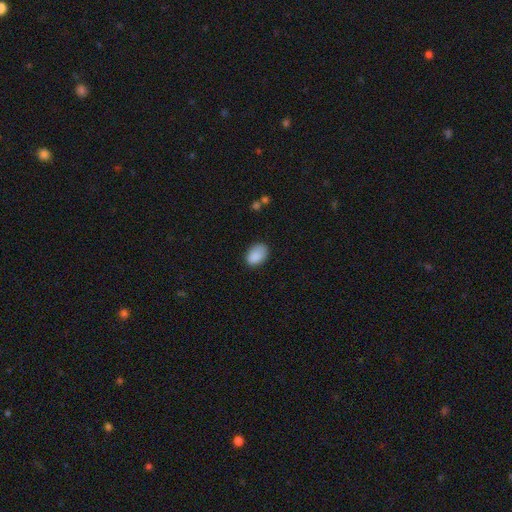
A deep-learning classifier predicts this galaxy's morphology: A smooth galaxy with no disk features (88%) that is in between round and cigar-shaped (83%). Merging: none (74%).